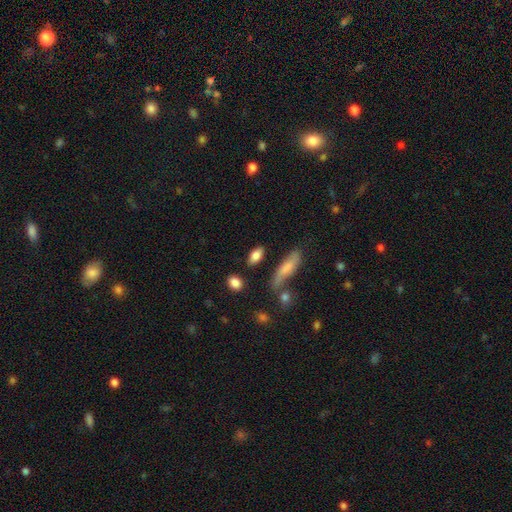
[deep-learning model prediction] smooth-or-featured: smooth: 78% | featured or disk: 14% | star or artifact: 8%
  how-rounded: in between: 79% | cigar-shaped: 16% | round: 5%
  merging: none: 75% | minor disturbance: 14% | merger: 6% | major disturbance: 4%